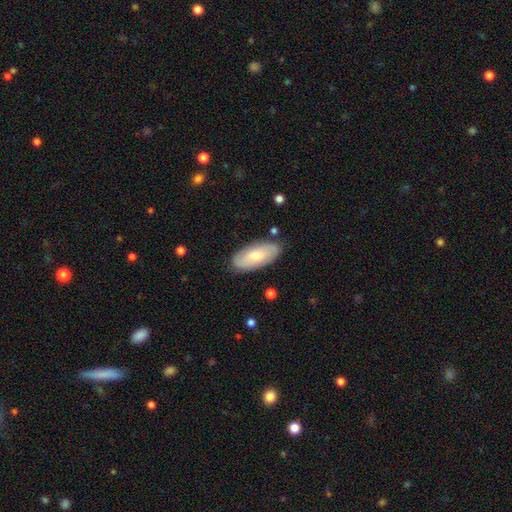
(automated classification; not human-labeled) smooth_or_featured: smooth (p=0.60) [alt: featured or disk p=0.34]
how_rounded: in between (p=0.90) [alt: cigar-shaped p=0.08]
merging: none (p=0.84) [alt: minor disturbance p=0.12]